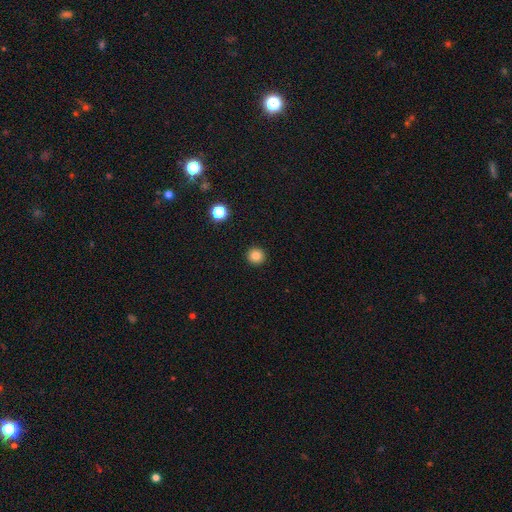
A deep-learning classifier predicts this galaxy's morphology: A smooth galaxy with no disk features (83%) that is round (96%).

Vote fractions:
- Smooth or featured? smooth: 83% / star or artifact: 11% / featured or disk: 6%
- How rounded? round: 96% / in between: 3% / cigar-shaped: 1%
- Merging? none: 93% / minor disturbance: 4% / major disturbance: 2% / merger: 1%